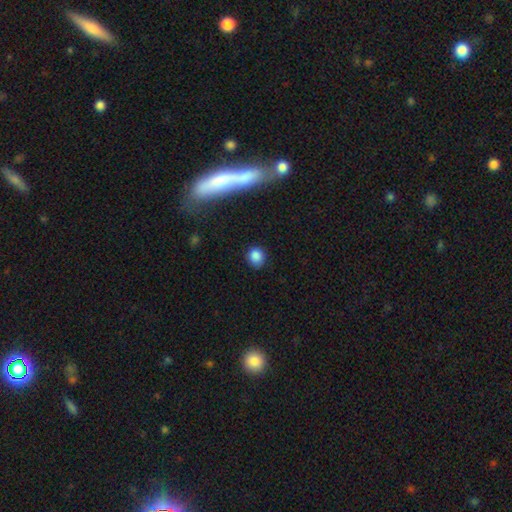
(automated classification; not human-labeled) smooth_or_featured: smooth (p=0.83) [alt: star or artifact p=0.11]
how_rounded: round (p=0.81) [alt: in between p=0.18]
merging: none (p=0.84) [alt: minor disturbance p=0.12]